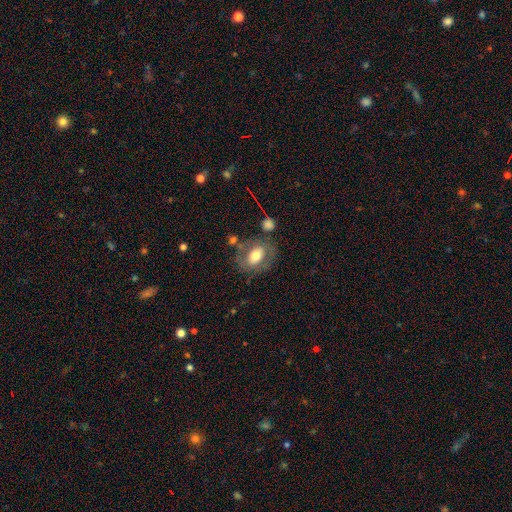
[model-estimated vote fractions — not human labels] Q: Smooth or featured?
A: smooth (54%); runner-up: featured or disk (38%)
Q: How rounded?
A: in between (67%); runner-up: round (32%)
Q: Merging?
A: none (65%); runner-up: minor disturbance (18%)